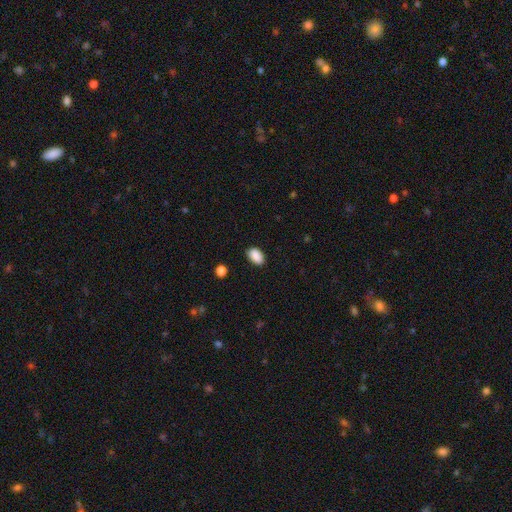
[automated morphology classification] The model was most divided on "merging": none: 84%, minor disturbance: 12%, major disturbance: 3%, merger: 1%. More confident: how rounded — in between (90%); smooth or featured — smooth (89%).